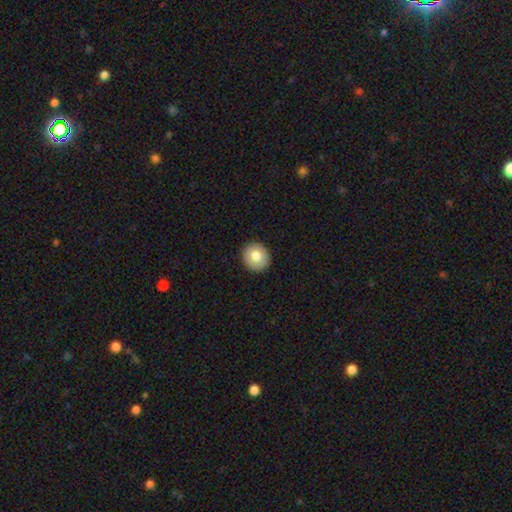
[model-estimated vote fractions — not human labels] smooth_or_featured: smooth (p=0.78) [alt: featured or disk p=0.15]
how_rounded: round (p=0.84) [alt: in between p=0.15]
merging: none (p=0.91) [alt: minor disturbance p=0.06]